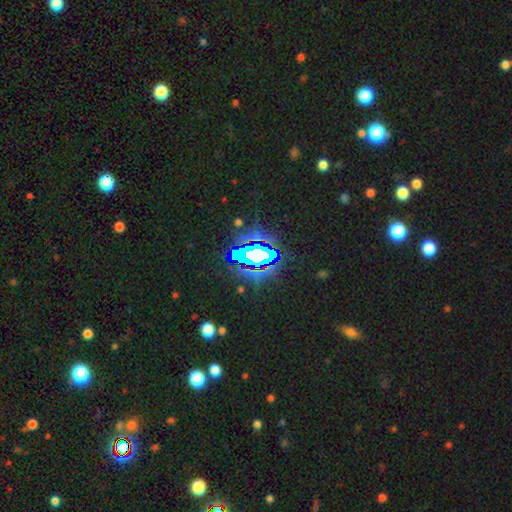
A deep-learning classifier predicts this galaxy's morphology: Q: Smooth or featured?
A: star or artifact (72%); runner-up: smooth (14%)